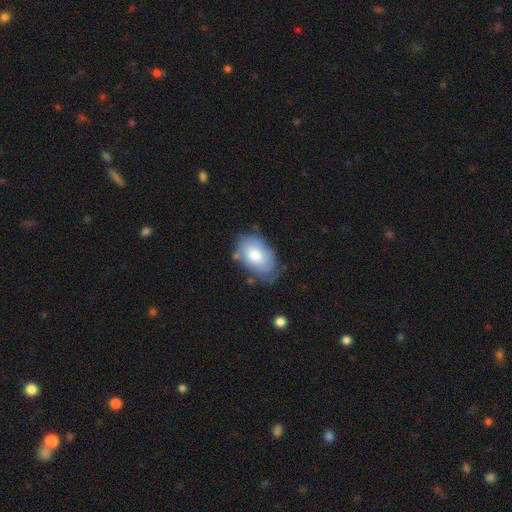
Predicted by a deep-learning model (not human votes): smooth_or_featured: smooth (p=0.67) [alt: featured or disk p=0.27]
how_rounded: in between (p=0.90) [alt: round p=0.09]
merging: none (p=0.60) [alt: minor disturbance p=0.29]